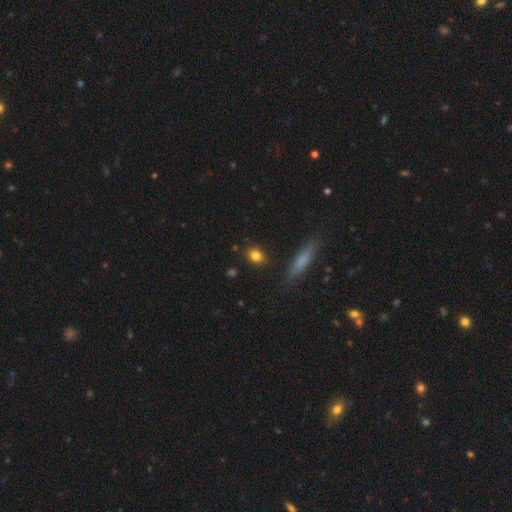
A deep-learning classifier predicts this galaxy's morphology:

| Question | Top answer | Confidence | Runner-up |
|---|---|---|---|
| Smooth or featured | smooth | 82% | star or artifact (9%) |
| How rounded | in between | 59% | round (37%) |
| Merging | none | 86% | minor disturbance (9%) |